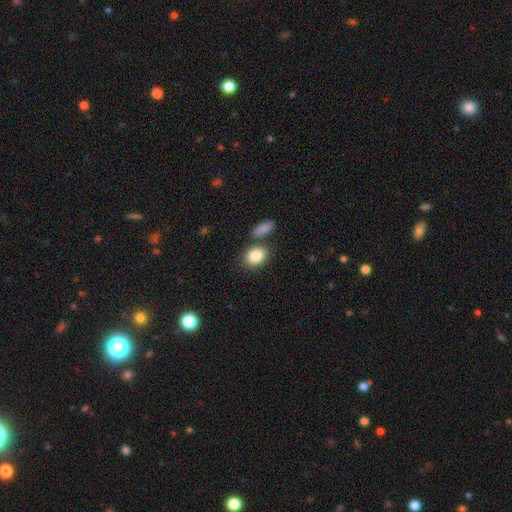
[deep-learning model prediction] This appears to be a smooth galaxy with no disk features (86%) that is in between round and cigar-shaped (64%). Merging: none (68%).